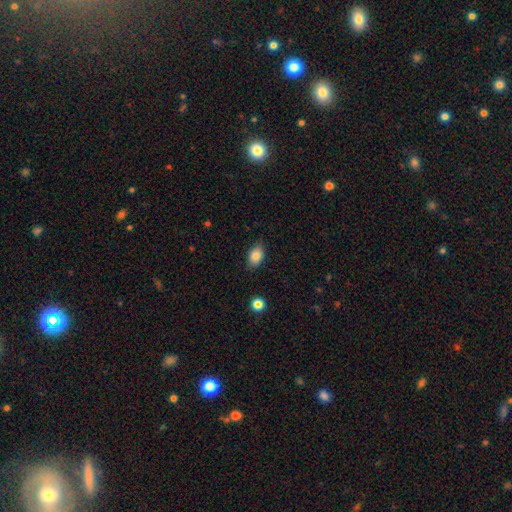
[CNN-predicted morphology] Smooth or featured: smooth — 84% (star or artifact — 8%)
How rounded: in between — 87% (round — 12%)
Merging: none — 83% (minor disturbance — 13%)